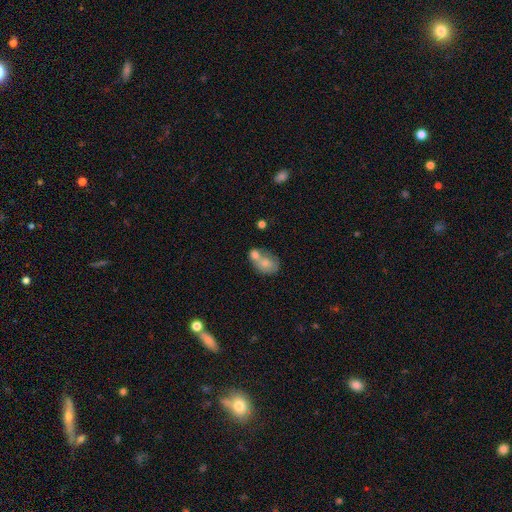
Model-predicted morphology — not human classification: Smooth or featured?
  - smooth: 72% *
  - featured or disk: 20%
  - star or artifact: 8%
How rounded?
  - in between: 62% *
  - round: 36%
  - cigar-shaped: 2%
Merging?
  - merger: 60% *
  - none: 23%
  - minor disturbance: 11%
  - major disturbance: 6%